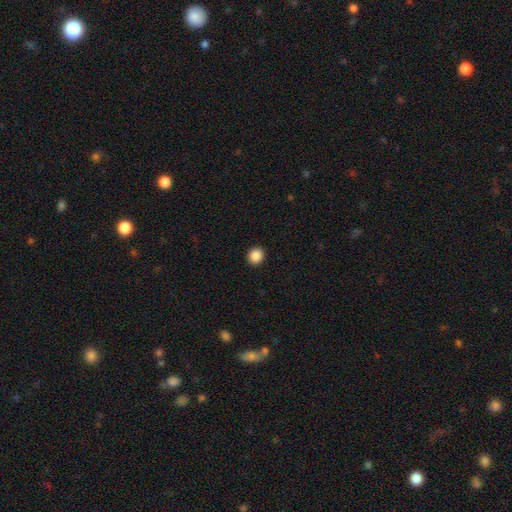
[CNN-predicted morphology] type=smooth (89%); roundness=round (78%); merging=none (92%).